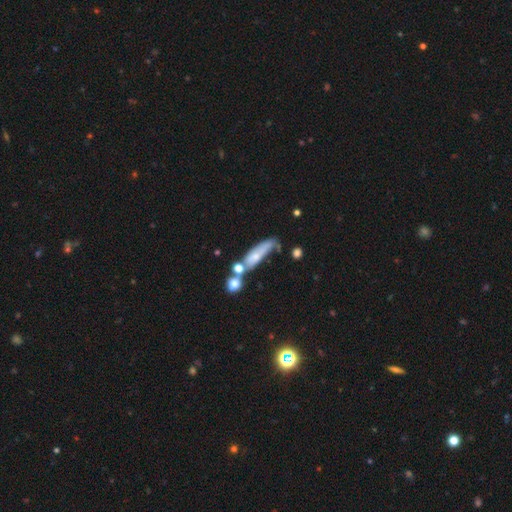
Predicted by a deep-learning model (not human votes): Smooth or featured? smooth (59%)
How rounded? cigar-shaped (61%)
Merging? none (35%)